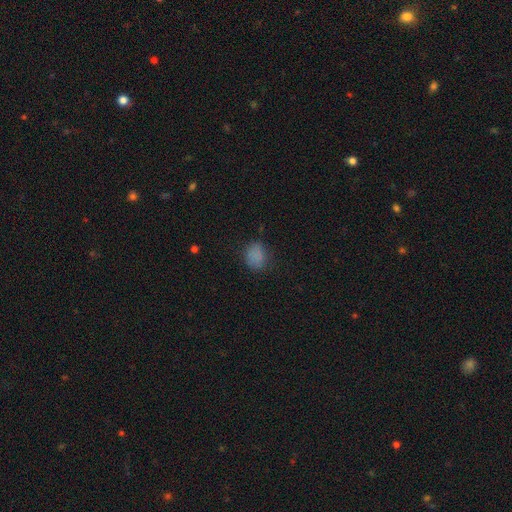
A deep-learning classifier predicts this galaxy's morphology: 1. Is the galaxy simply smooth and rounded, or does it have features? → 78% smooth, 14% star or artifact, 8% featured or disk.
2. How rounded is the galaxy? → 59% round, 40% in between, 1% cigar-shaped.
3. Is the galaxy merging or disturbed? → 73% none, 19% minor disturbance, 6% major disturbance, 2% merger.